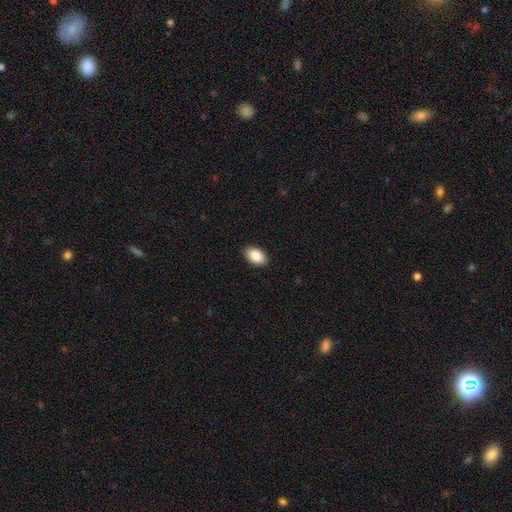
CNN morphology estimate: Smooth or featured?
  - smooth: 89% *
  - star or artifact: 7%
  - featured or disk: 5%
How rounded?
  - in between: 92% *
  - round: 6%
  - cigar-shaped: 1%
Merging?
  - none: 90% *
  - minor disturbance: 7%
  - major disturbance: 2%
  - merger: 1%